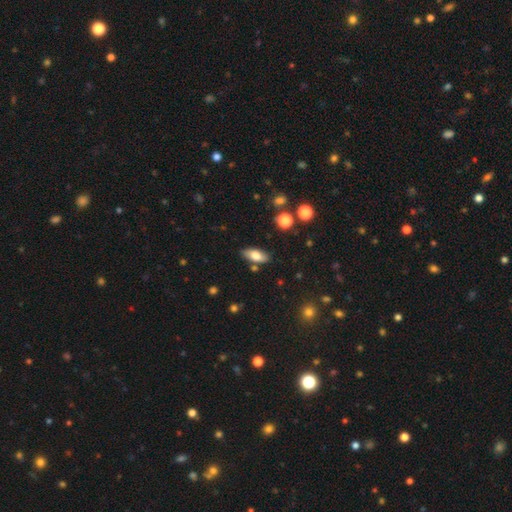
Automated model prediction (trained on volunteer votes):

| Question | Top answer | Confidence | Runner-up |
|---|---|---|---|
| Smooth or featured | smooth | 76% | featured or disk (17%) |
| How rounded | in between | 85% | cigar-shaped (13%) |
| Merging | none | 81% | minor disturbance (12%) |